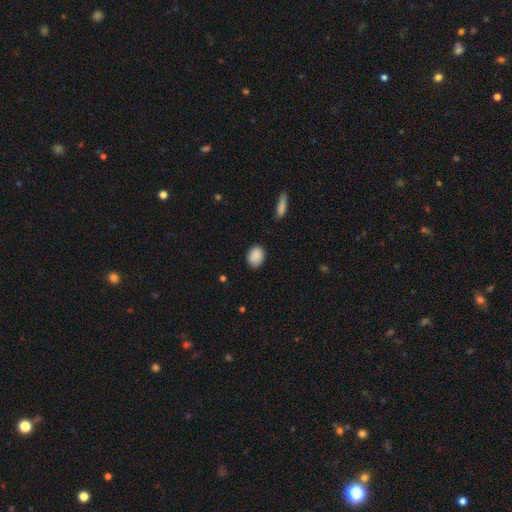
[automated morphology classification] Smooth or featured?
  - smooth: 89% *
  - star or artifact: 7%
  - featured or disk: 4%
How rounded?
  - in between: 56% *
  - round: 43%
  - cigar-shaped: 1%
Merging?
  - none: 82% *
  - minor disturbance: 14%
  - major disturbance: 3%
  - merger: 1%